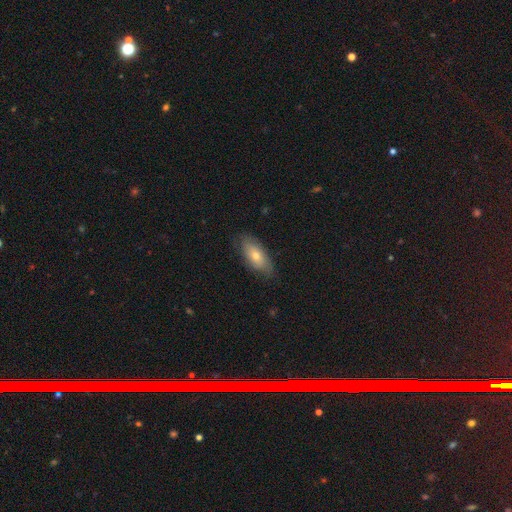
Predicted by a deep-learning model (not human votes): Smooth or featured?
  - smooth: 58% *
  - featured or disk: 34%
  - star or artifact: 7%
How rounded?
  - in between: 82% *
  - cigar-shaped: 15%
  - round: 3%
Merging?
  - none: 78% *
  - minor disturbance: 17%
  - major disturbance: 3%
  - merger: 1%